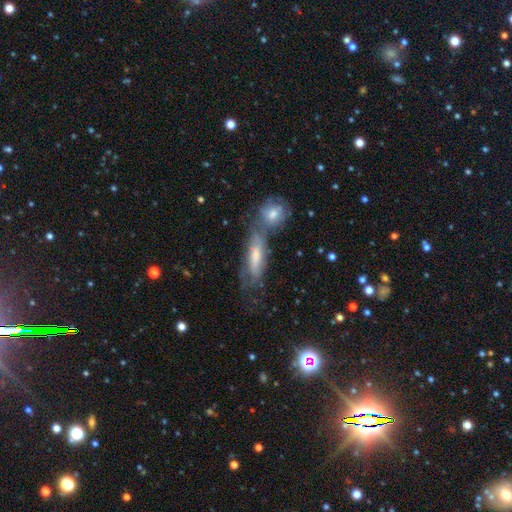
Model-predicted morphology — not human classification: Smooth or featured? featured or disk (47%)
Merging? none (40%)